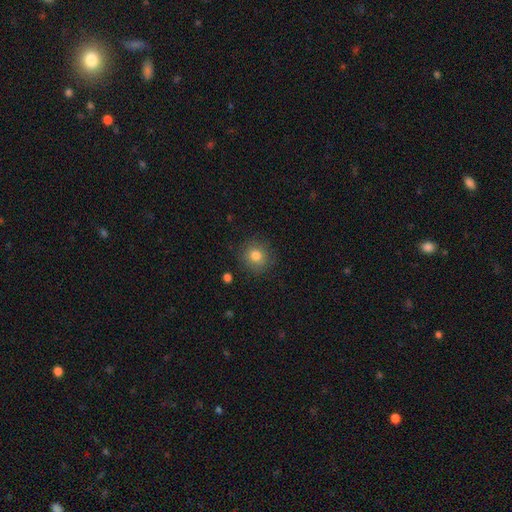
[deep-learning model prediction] Q: Smooth or featured?
A: smooth (82%); runner-up: star or artifact (10%)
Q: How rounded?
A: round (90%); runner-up: in between (9%)
Q: Merging?
A: none (86%); runner-up: minor disturbance (10%)